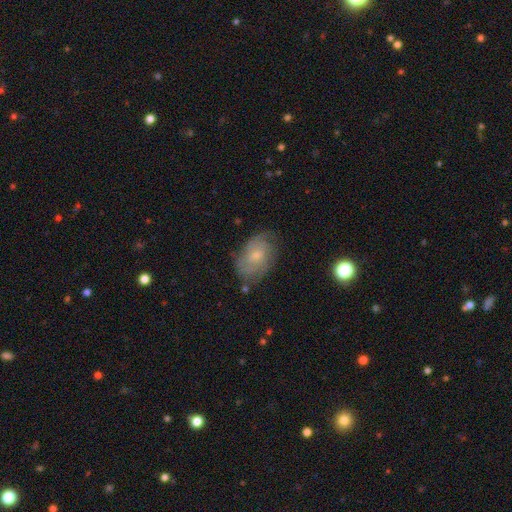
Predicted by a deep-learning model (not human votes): Overall: featured or disk (61%; smooth 31%). Edge-on disk: no (96%). Bar: no (70%). Spiral arms: yes (83%). Bulge size: small (59%; moderate 34%). Merging: none (67%).